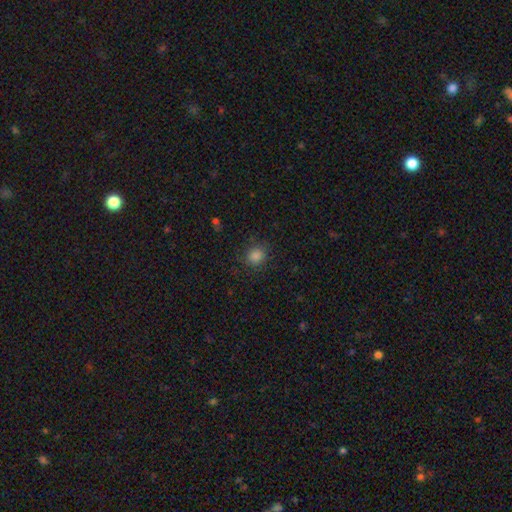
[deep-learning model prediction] smooth_or_featured: smooth (p=0.83) [alt: star or artifact p=0.14]
how_rounded: round (p=0.83) [alt: in between p=0.16]
merging: none (p=0.86) [alt: minor disturbance p=0.10]